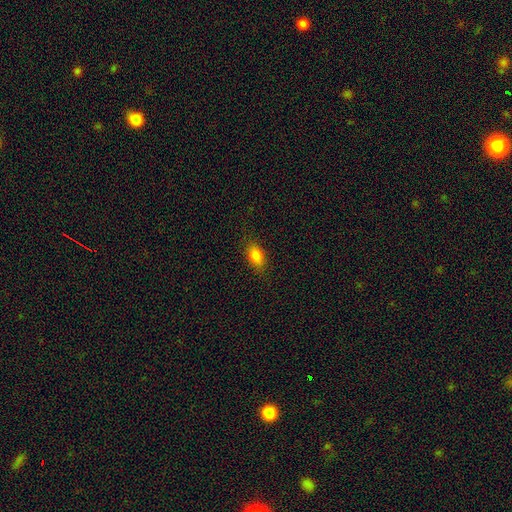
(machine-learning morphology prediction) smooth-or-featured: smooth: 83% | star or artifact: 9% | featured or disk: 8%
  how-rounded: in between: 88% | round: 9% | cigar-shaped: 4%
  merging: none: 85% | minor disturbance: 12% | major disturbance: 3% | merger: 1%